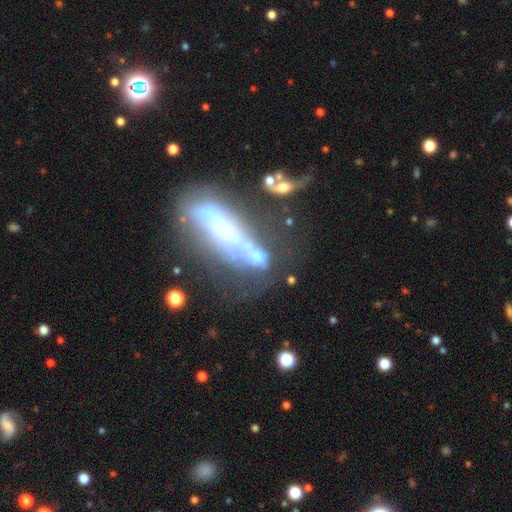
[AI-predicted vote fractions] This appears to be a featured or disk galaxy (52%). Merging: merger (39%).